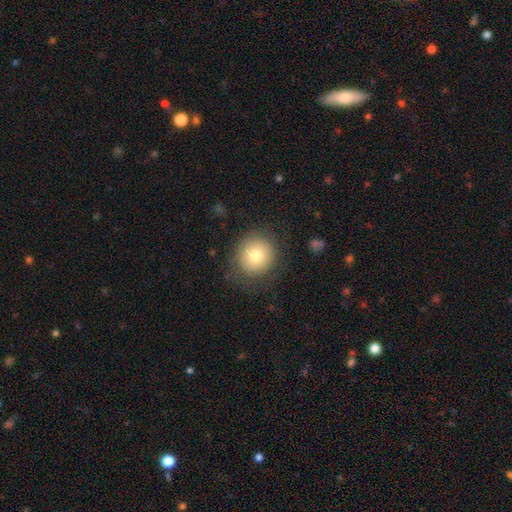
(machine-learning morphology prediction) smooth 77%, featured or disk 13%, star or artifact 10%. Down the decision tree: how rounded — round (89%); merging — none (82%).